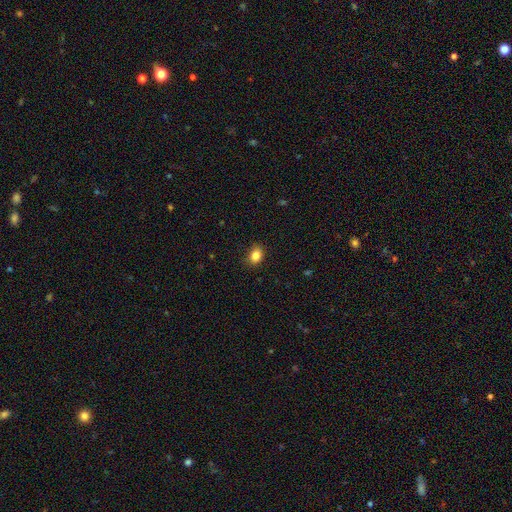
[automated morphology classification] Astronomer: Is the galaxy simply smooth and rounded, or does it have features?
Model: smooth — 85%.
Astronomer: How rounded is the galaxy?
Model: in between — 67%.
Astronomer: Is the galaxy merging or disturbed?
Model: none — 85%.